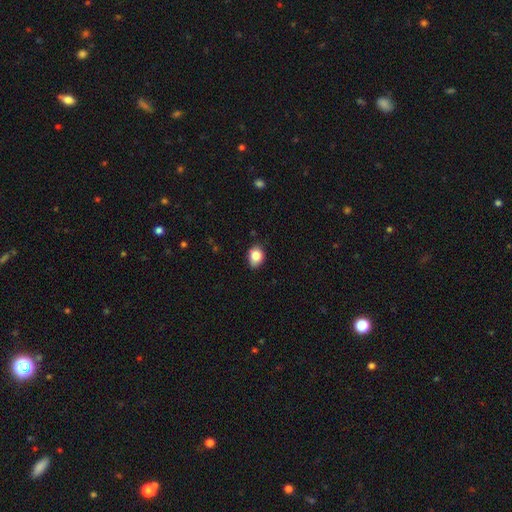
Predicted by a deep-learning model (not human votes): smooth 85%, star or artifact 9%, featured or disk 7%. Down the decision tree: how rounded — in between (55%); merging — none (76%).